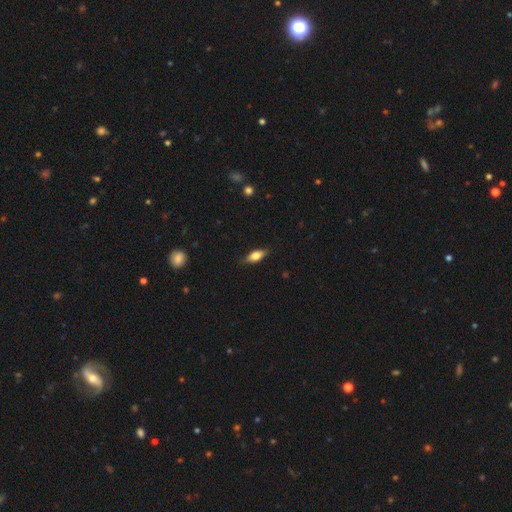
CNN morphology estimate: Overall: smooth (66%; featured or disk 27%). How rounded: in between (74%). Merging: none (83%).